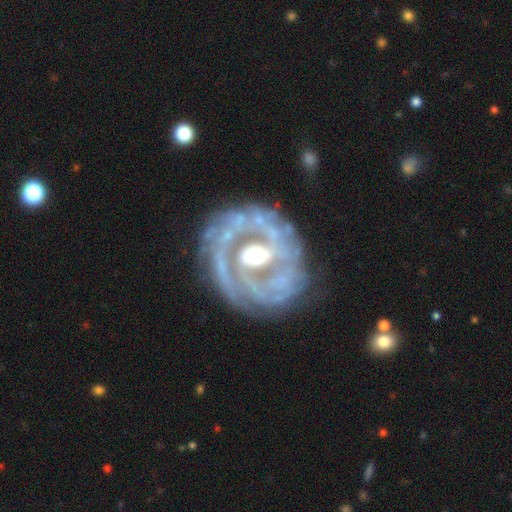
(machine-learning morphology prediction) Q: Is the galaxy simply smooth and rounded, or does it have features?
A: featured or disk — 88%.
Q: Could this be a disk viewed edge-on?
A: no — 97%.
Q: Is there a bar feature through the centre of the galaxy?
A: weak — 37%.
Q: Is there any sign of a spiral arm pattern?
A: yes — 87%.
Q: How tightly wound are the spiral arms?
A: tight — 57%.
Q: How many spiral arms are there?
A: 2 — 46%.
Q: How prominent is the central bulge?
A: moderate — 71%.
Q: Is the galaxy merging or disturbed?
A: none — 69%.